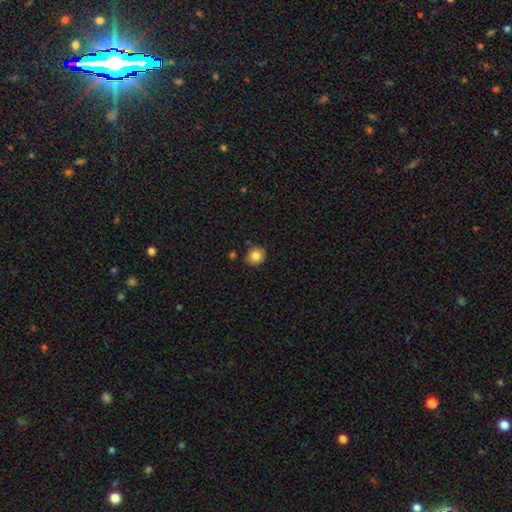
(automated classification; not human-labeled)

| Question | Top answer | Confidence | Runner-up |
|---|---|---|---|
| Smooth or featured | smooth | 83% | star or artifact (9%) |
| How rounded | round | 79% | in between (20%) |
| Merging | none | 81% | minor disturbance (13%) |